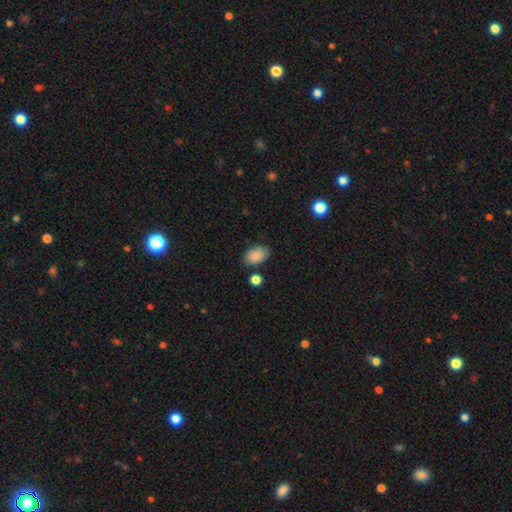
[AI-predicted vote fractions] This appears to be a smooth galaxy with no disk features (86%) that is in between round and cigar-shaped (89%). Merging: none (77%).